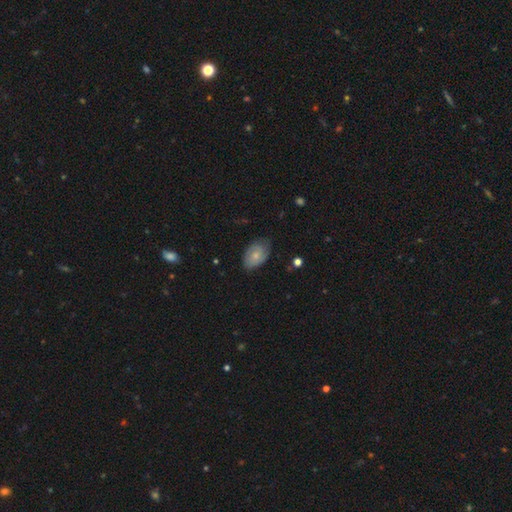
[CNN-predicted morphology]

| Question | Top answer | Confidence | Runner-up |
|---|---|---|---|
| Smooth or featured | smooth | 54% | featured or disk (39%) |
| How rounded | in between | 88% | round (11%) |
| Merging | none | 66% | minor disturbance (26%) |